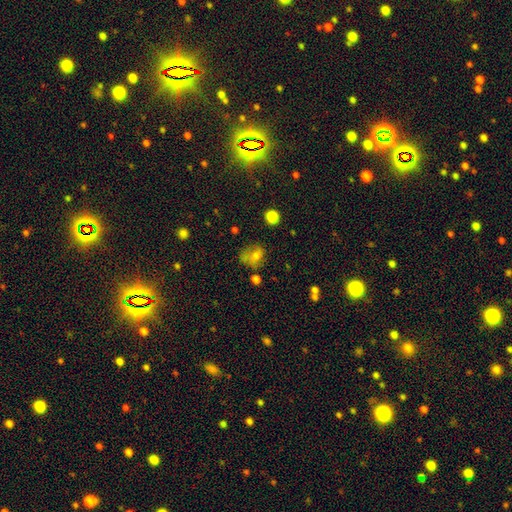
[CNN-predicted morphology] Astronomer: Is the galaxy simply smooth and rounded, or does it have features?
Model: smooth — 69%.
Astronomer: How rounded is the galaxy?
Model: round — 50% (runner-up: in between, 49%).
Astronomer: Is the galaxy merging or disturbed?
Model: none — 49% (runner-up: minor disturbance, 27%).